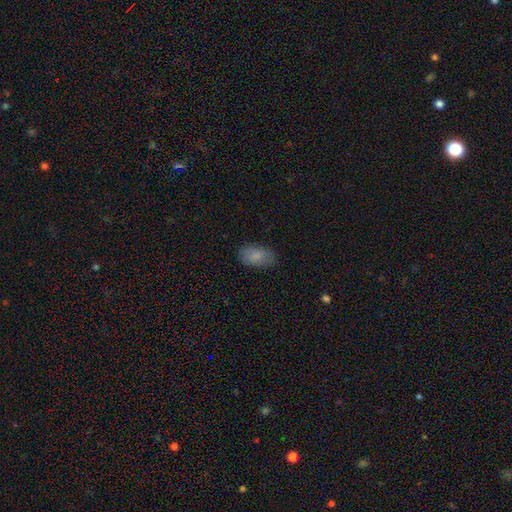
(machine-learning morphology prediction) Smooth or featured: smooth — 85% (featured or disk — 8%)
How rounded: in between — 93% (round — 5%)
Merging: none — 80% (minor disturbance — 15%)